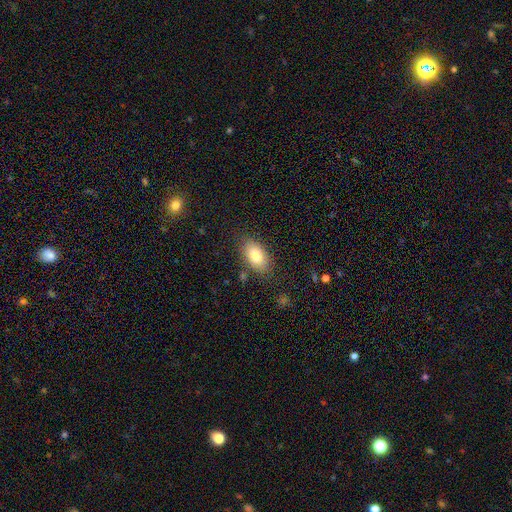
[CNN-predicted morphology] smooth 81%, featured or disk 12%, star or artifact 7%. Down the decision tree: how rounded — in between (92%); merging — none (81%).